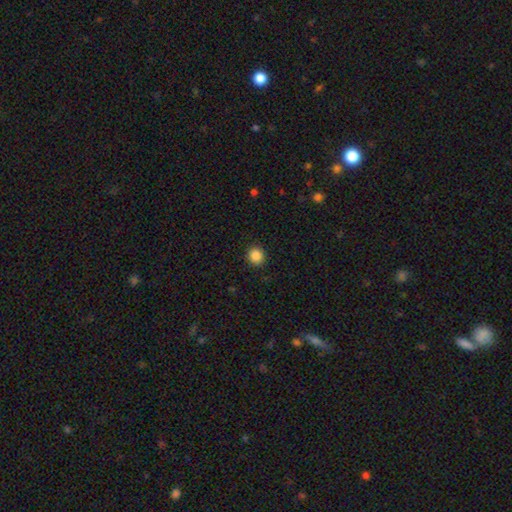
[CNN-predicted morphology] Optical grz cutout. It shows a smooth galaxy with no disk features (87%) that is round (90%). Merging: none (92%).